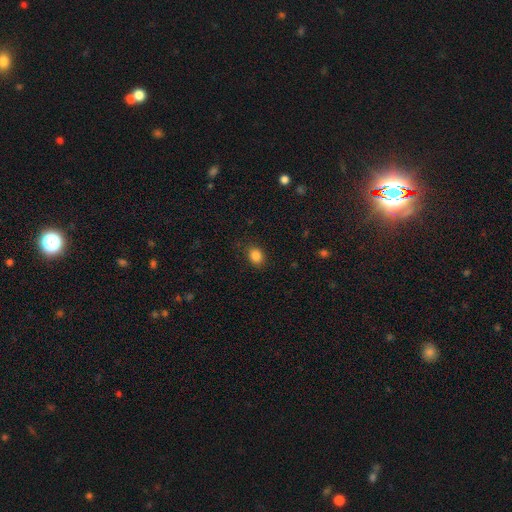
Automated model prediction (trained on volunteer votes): A smooth galaxy with no disk features (85%) that is in between round and cigar-shaped (58%).

Vote fractions:
- Smooth or featured? smooth: 85% / star or artifact: 10% / featured or disk: 4%
- How rounded? in between: 58% / round: 41% / cigar-shaped: 1%
- Merging? none: 85% / minor disturbance: 11% / major disturbance: 3% / merger: 1%